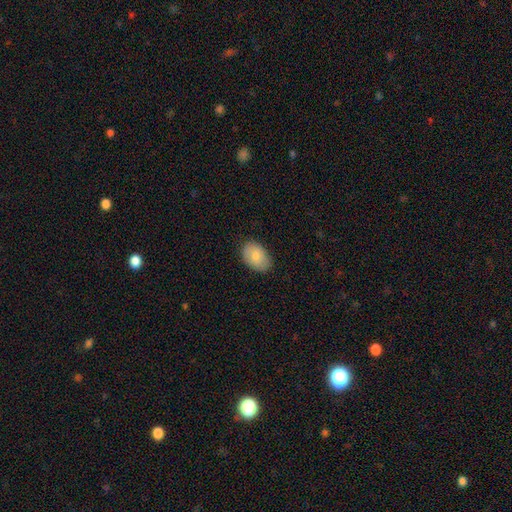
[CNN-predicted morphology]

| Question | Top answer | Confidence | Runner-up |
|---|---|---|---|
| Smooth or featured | smooth | 80% | featured or disk (13%) |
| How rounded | in between | 86% | round (13%) |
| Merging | none | 82% | minor disturbance (15%) |